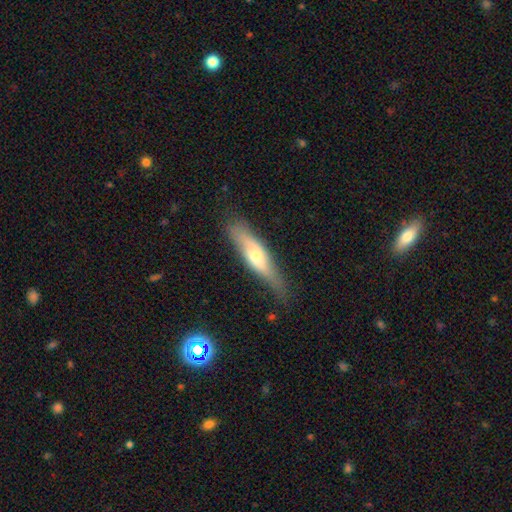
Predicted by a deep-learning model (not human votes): Smooth or featured? Predicted: featured or disk (p=0.49). Merging? Predicted: none (p=0.73).